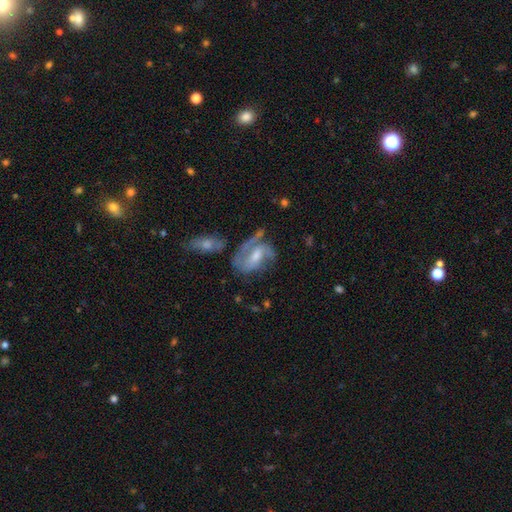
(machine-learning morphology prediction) A featured or disk galaxy (77%) with a weak bar (47%), 2 (59%) medium (48%) spiral arms (90%) and a moderate central bulge (50%).

Vote fractions:
- Smooth or featured? featured or disk: 77% / smooth: 15% / star or artifact: 8%
- Edge-on disk? no: 96% / yes: 4%
- Bar? weak: 47% / no: 32% / strong: 21%
- Spiral arms? yes: 90% / no: 10%
- Spiral winding? medium: 48% / tight: 29% / loose: 23%
- Spiral arm count? 2: 59% / 1: 16% / can't tell: 14% / 3: 7% / 4: 2% / more than 4: 2%
- Bulge size? moderate: 50% / small: 33% / large: 8% / none: 8% / dominant: 1%
- Merging? none: 46% / major disturbance: 22% / minor disturbance: 20% / merger: 12%